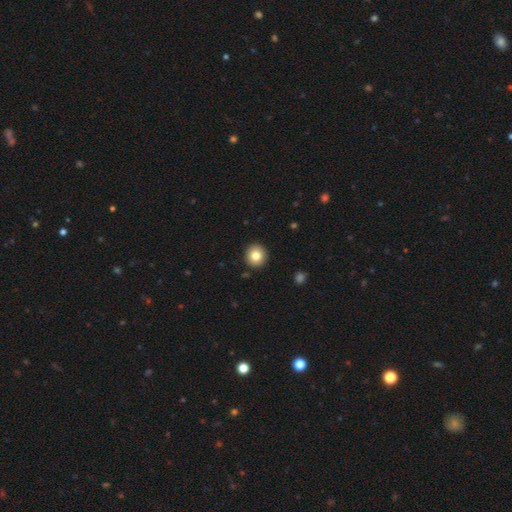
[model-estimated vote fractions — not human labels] The model was most divided on "smooth or featured": smooth: 82%, star or artifact: 10%, featured or disk: 9%. More confident: merging — none (92%); how rounded — round (91%).